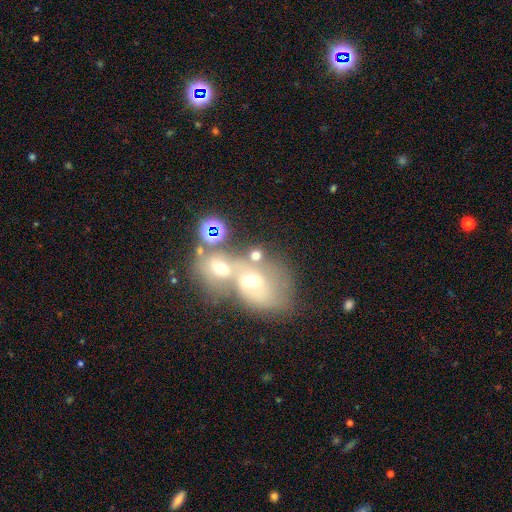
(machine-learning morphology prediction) Smooth or featured? Predicted: smooth (p=0.55). How rounded? Predicted: round (p=0.52). Merging? Predicted: merger (p=0.60).